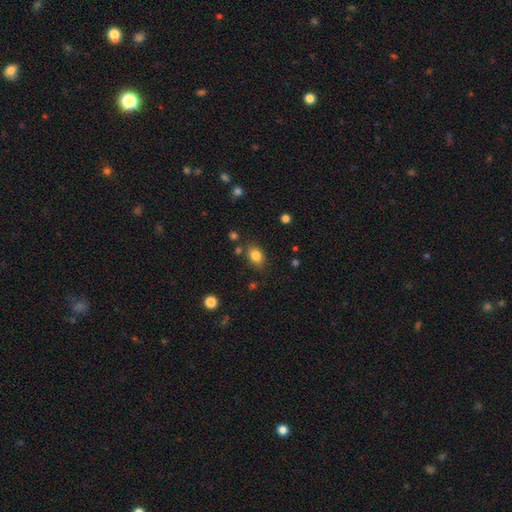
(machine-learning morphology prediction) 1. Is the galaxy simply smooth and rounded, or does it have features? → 83% smooth, 10% star or artifact, 6% featured or disk.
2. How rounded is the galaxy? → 70% in between, 29% round, 1% cigar-shaped.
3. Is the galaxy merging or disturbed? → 79% none, 13% minor disturbance, 5% merger, 4% major disturbance.